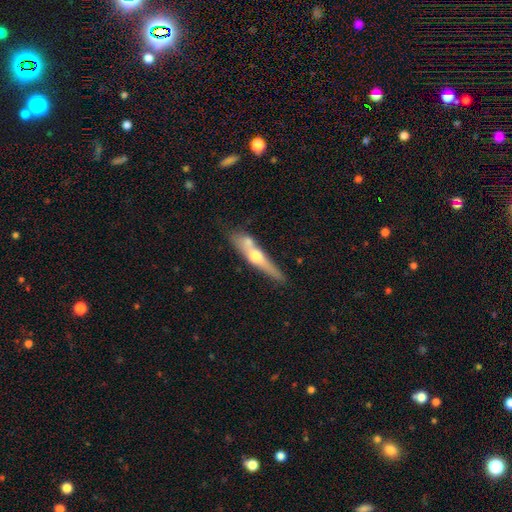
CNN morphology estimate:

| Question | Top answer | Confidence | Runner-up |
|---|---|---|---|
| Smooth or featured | featured or disk | 60% | smooth (34%) |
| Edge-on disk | yes | 91% | no (9%) |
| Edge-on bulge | rounded | 90% | none (6%) |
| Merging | none | 59% | merger (19%) |